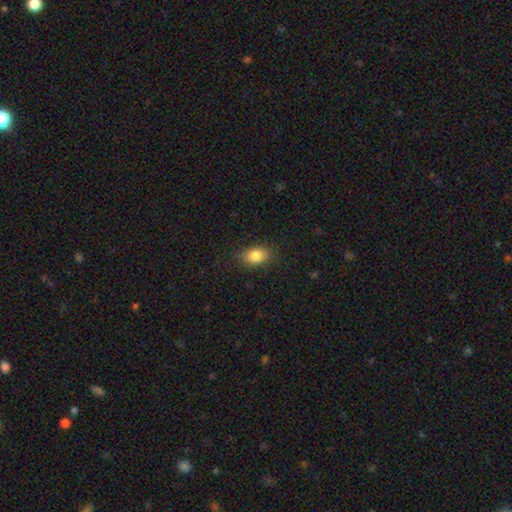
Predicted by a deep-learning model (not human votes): smooth-or-featured: smooth: 84% | star or artifact: 9% | featured or disk: 7%
  how-rounded: in between: 79% | round: 19% | cigar-shaped: 2%
  merging: none: 83% | minor disturbance: 12% | major disturbance: 3% | merger: 1%